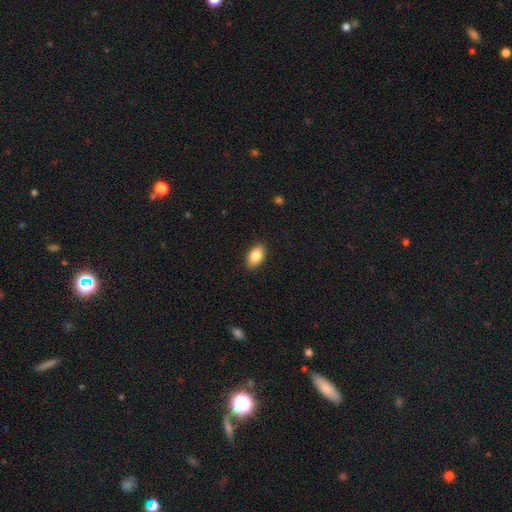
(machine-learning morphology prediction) smooth_or_featured: smooth (p=0.83) [alt: featured or disk p=0.10]
how_rounded: in between (p=0.91) [alt: round p=0.07]
merging: none (p=0.89) [alt: minor disturbance p=0.08]